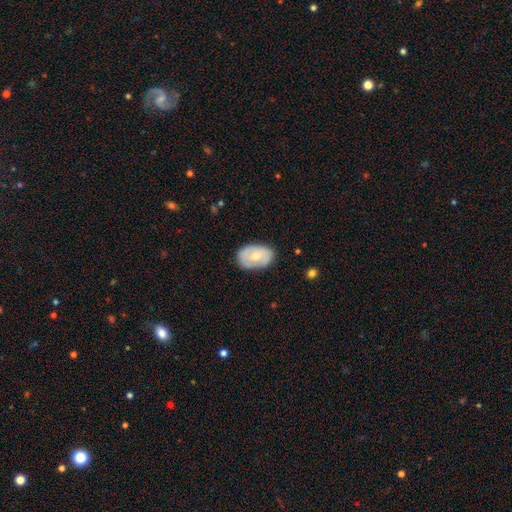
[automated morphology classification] This appears to be a smooth galaxy with no disk features (62%) that is in between round and cigar-shaped (86%). Merging: none (78%).